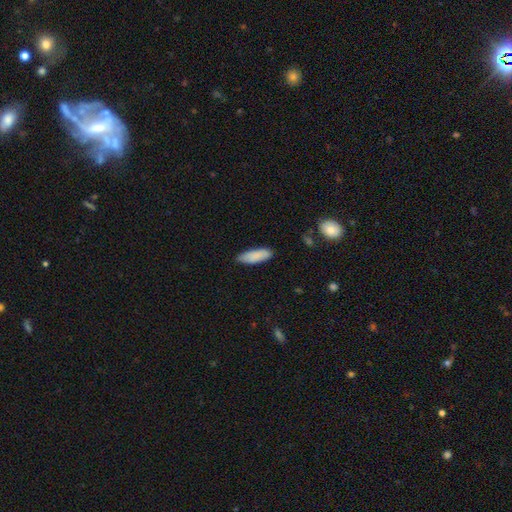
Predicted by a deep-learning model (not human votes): The model was most divided on "how rounded": in between: 58%, cigar-shaped: 41%, round: 2%. More confident: smooth or featured — smooth (87%); merging — none (80%).